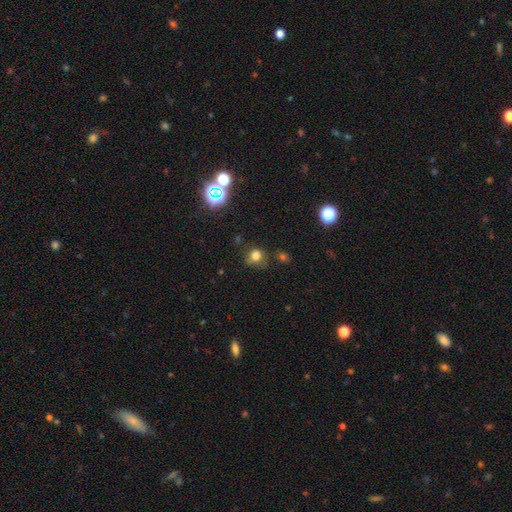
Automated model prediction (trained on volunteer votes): smooth-or-featured: smooth: 73% | star or artifact: 18% | featured or disk: 9%
  how-rounded: round: 75% | in between: 24% | cigar-shaped: 1%
  merging: none: 59% | minor disturbance: 24% | major disturbance: 11% | merger: 6%